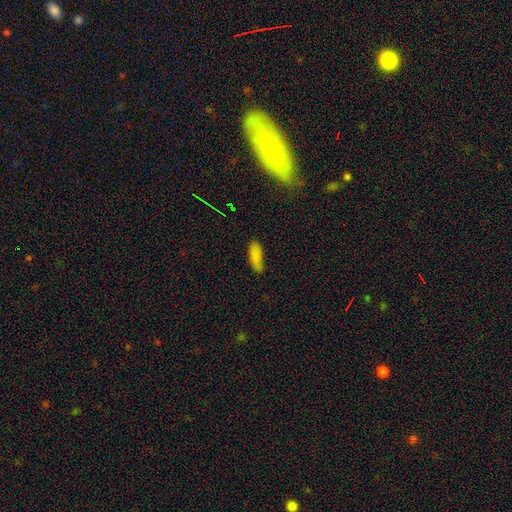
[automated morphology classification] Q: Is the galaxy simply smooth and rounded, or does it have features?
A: smooth — 84%.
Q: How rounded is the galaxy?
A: in between — 65%.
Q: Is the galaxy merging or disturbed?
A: none — 78%.